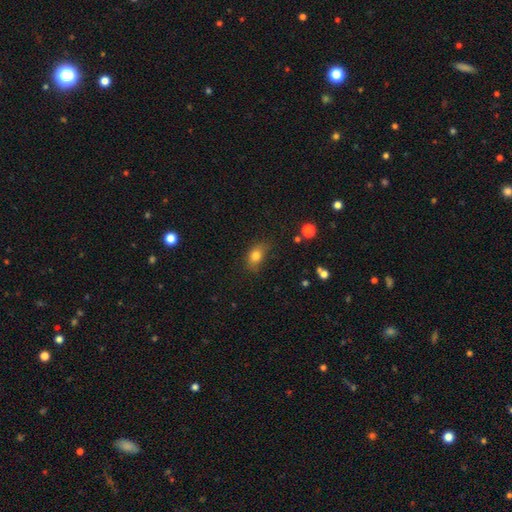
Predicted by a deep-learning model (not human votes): This is likely a smooth galaxy (80%). How rounded: likely in between (76%). Merging: likely none (67%).